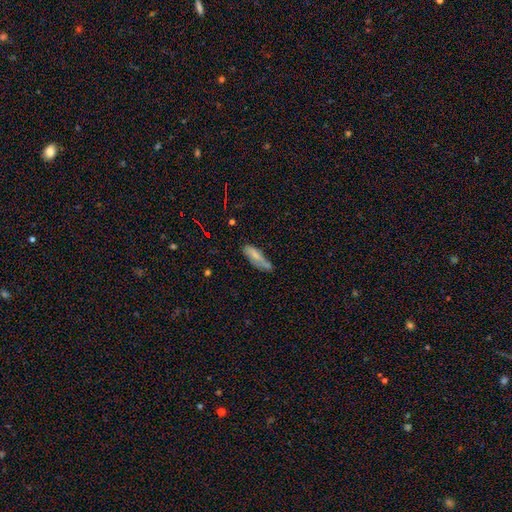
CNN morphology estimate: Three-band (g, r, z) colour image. It shows a smooth galaxy with no disk features (70%) that is in between round and cigar-shaped (53%). Merging: none (45%).